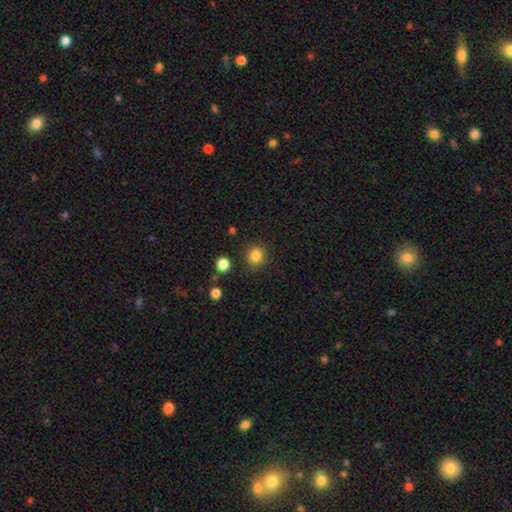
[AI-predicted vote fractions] A smooth galaxy with no disk features (84%) that is round (91%). Merging: none (88%).